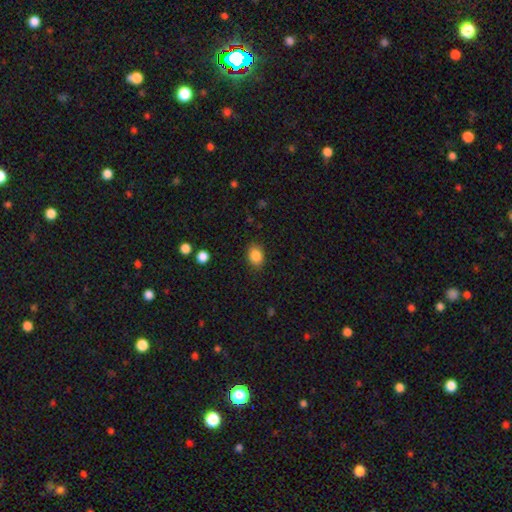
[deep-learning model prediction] Overall: smooth (86%). How rounded: in between (60%; round 39%). Merging: none (86%).